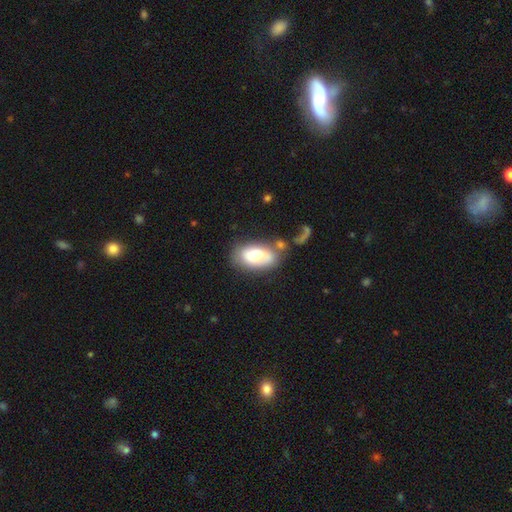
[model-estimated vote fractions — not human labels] Smooth or featured?
  - smooth: 71% *
  - featured or disk: 22%
  - star or artifact: 7%
How rounded?
  - in between: 93% *
  - round: 4%
  - cigar-shaped: 3%
Merging?
  - none: 54% *
  - minor disturbance: 21%
  - merger: 15%
  - major disturbance: 10%